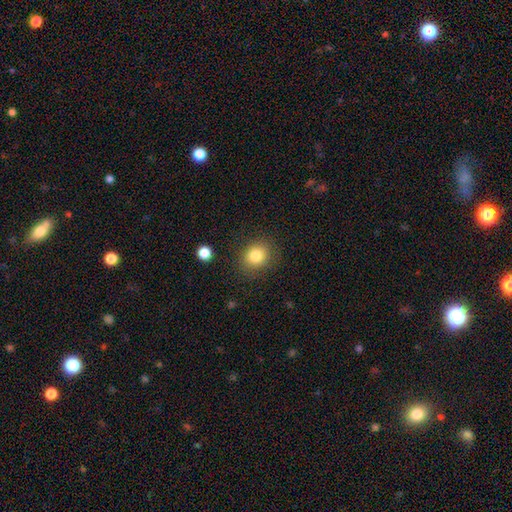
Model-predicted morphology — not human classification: smooth_or_featured: smooth (p=0.82) [alt: star or artifact p=0.11]
how_rounded: round (p=0.74) [alt: in between p=0.25]
merging: none (p=0.85) [alt: minor disturbance p=0.10]